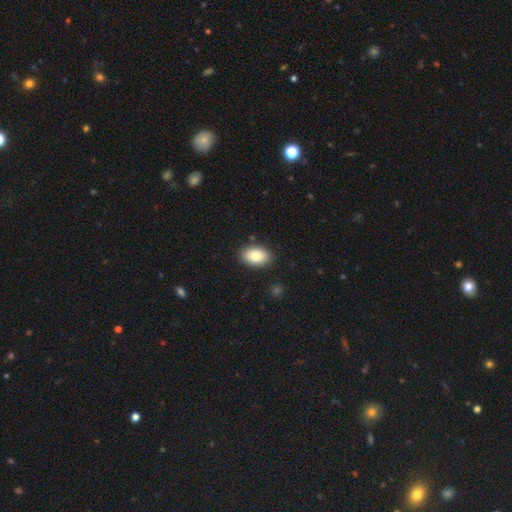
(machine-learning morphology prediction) type=smooth (84%); roundness=in between (90%); merging=none (88%).